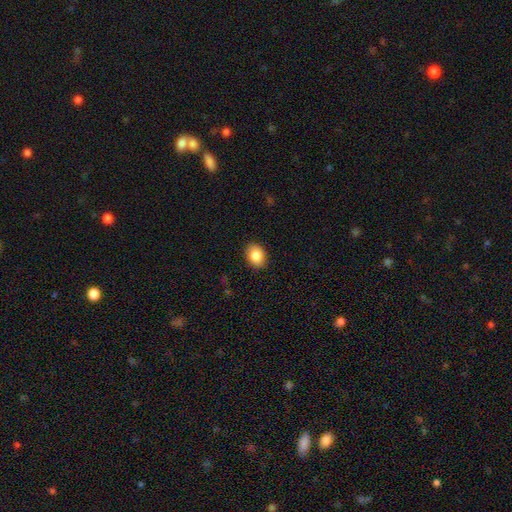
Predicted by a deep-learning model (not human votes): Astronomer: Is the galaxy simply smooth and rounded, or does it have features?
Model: smooth — 86%.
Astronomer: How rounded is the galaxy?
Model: in between — 66%.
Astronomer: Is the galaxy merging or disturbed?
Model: none — 88%.